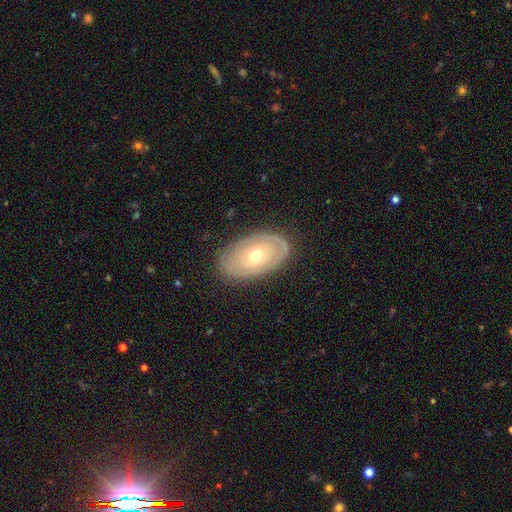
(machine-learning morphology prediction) Overall: featured or disk (63%; smooth 31%). Edge-on disk: no (90%). Bar: no (86%). Spiral arms: no (53%; yes 47%). Bulge size: moderate (57%; small 39%). Merging: none (82%).